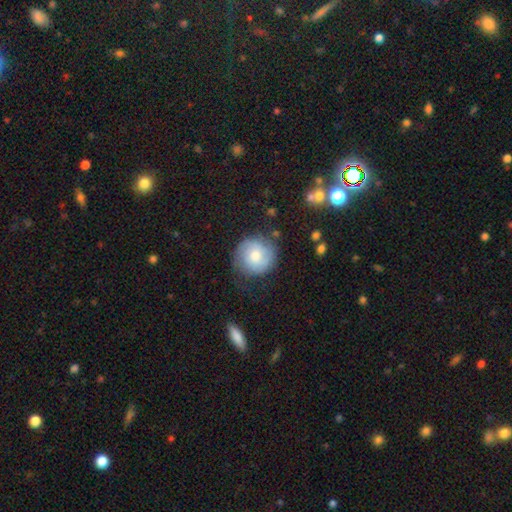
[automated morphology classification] This is possibly a smooth galaxy (48%). Merging: likely none (71%).